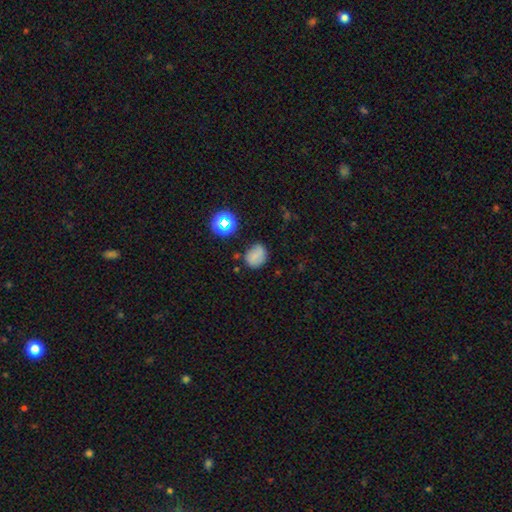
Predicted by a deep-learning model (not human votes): Smooth or featured: smooth — 72% (star or artifact — 16%)
How rounded: round — 59% (in between — 40%)
Merging: none — 70% (minor disturbance — 20%)